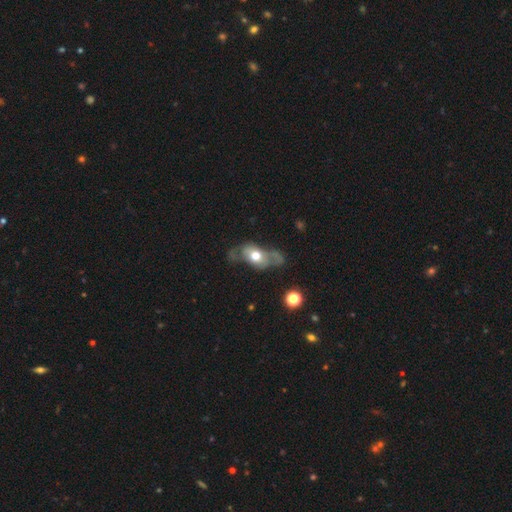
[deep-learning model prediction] This appears to be a featured or disk galaxy (52%). Merging: none (38%).